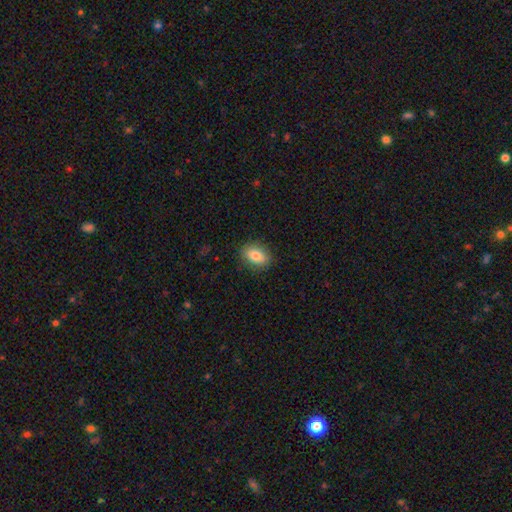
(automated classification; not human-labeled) This appears to be a smooth galaxy with no disk features (81%) that is in between round and cigar-shaped (81%). Merging: none (86%).